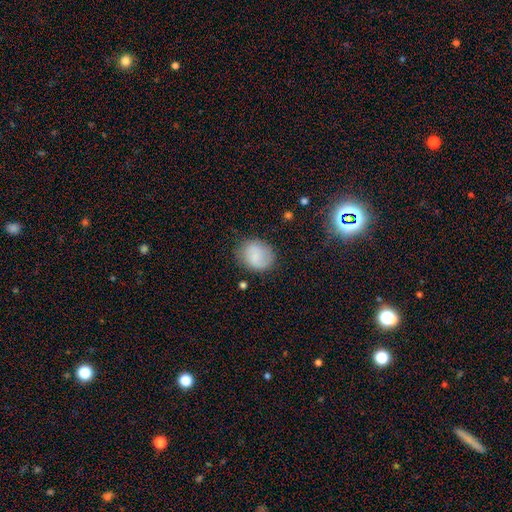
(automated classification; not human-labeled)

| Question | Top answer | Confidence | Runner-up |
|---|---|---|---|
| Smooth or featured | smooth | 68% | featured or disk (24%) |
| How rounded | round | 66% | in between (33%) |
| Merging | none | 74% | minor disturbance (18%) |